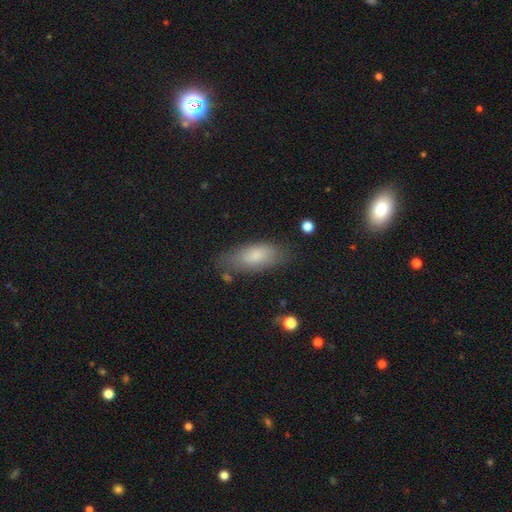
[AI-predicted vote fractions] Smooth or featured: smooth — 79% (featured or disk — 14%)
How rounded: in between — 81% (cigar-shaped — 16%)
Merging: none — 72% (minor disturbance — 20%)